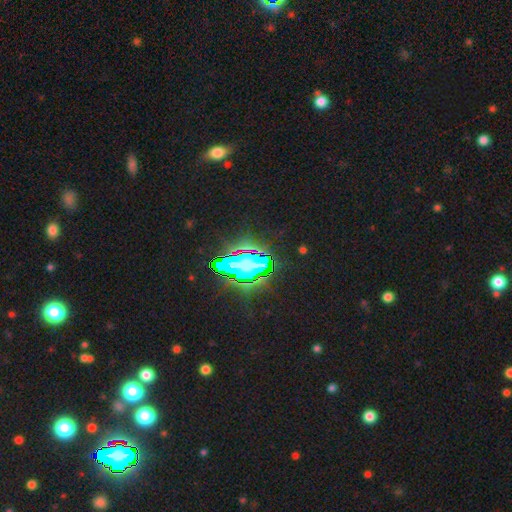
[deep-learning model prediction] Overall: star or artifact (68%).